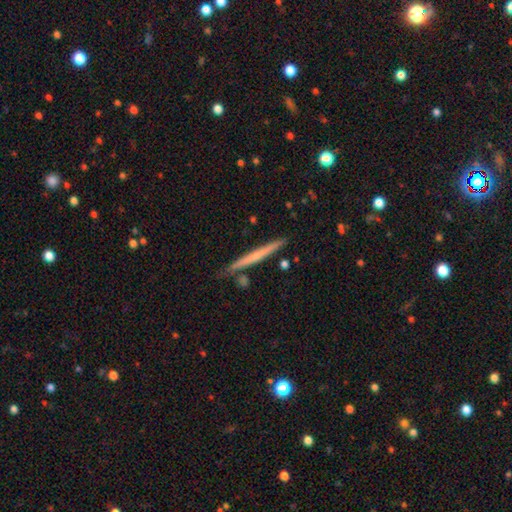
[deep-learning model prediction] Smooth or featured? Predicted: smooth (p=0.49). Merging? Predicted: none (p=0.86).